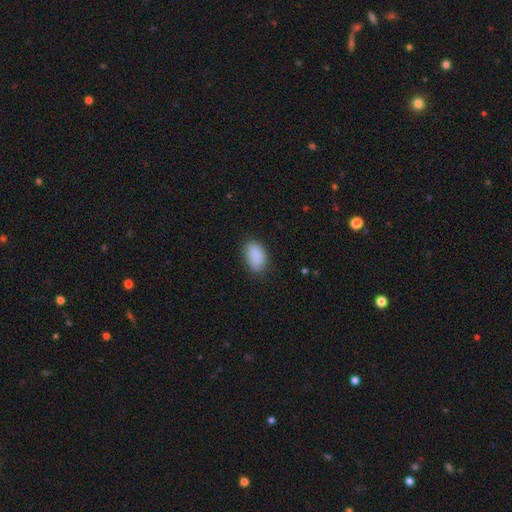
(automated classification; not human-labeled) A smooth galaxy with no disk features (89%) that is in between round and cigar-shaped (91%). Merging: none (77%).